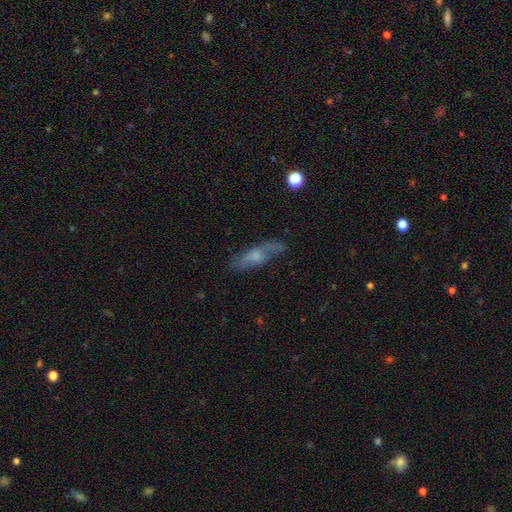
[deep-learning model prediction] Smooth or featured?
  - smooth: 48% *
  - featured or disk: 43%
  - star or artifact: 9%
Merging?
  - none: 66% *
  - minor disturbance: 22%
  - major disturbance: 9%
  - merger: 3%